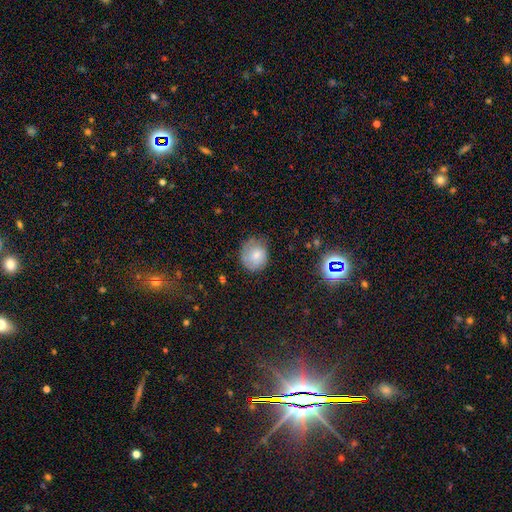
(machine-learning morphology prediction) The model was most divided on "merging": none: 64%, minor disturbance: 27%, major disturbance: 8%, merger: 2%. More confident: how rounded — round (79%); smooth or featured — smooth (73%).